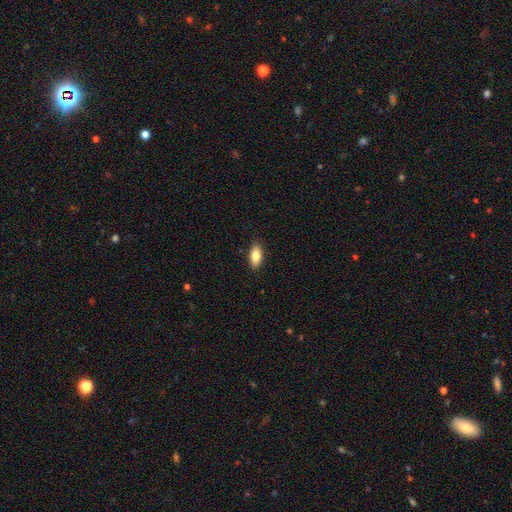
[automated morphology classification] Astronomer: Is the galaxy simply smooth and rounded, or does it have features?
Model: smooth — 81%.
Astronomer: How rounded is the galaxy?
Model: in between — 88%.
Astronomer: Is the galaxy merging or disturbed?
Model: none — 89%.